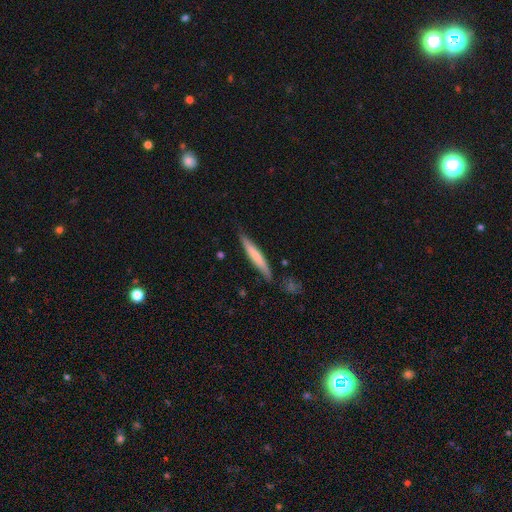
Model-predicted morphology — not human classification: Smooth or featured: smooth — 63% (featured or disk — 32%)
How rounded: cigar-shaped — 94% (in between — 4%)
Merging: none — 82% (minor disturbance — 14%)